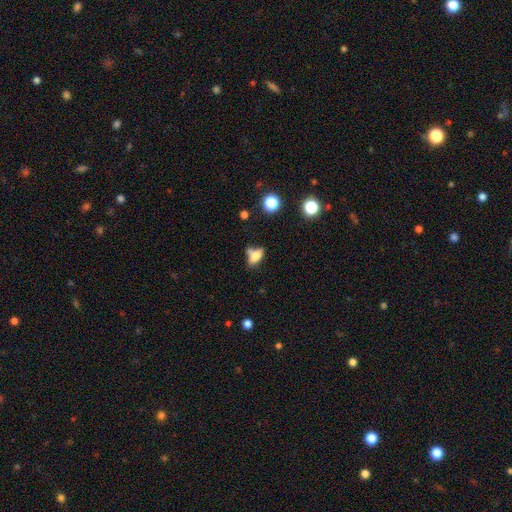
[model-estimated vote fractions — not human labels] Smooth or featured? smooth (70%)
How rounded? in between (77%)
Merging? none (43%)